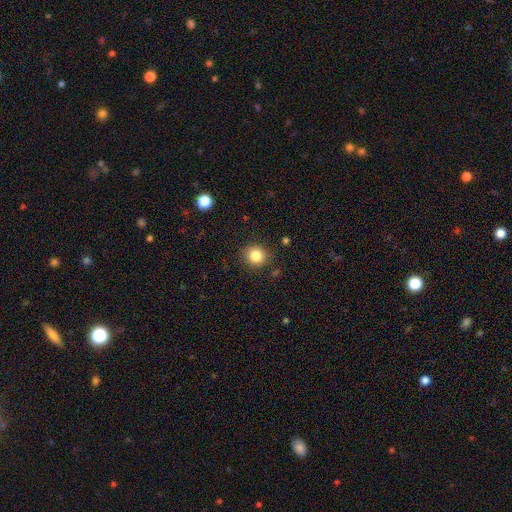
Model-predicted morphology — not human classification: smooth_or_featured: smooth (p=0.84) [alt: star or artifact p=0.11]
how_rounded: round (p=0.90) [alt: in between p=0.09]
merging: none (p=0.88) [alt: minor disturbance p=0.08]